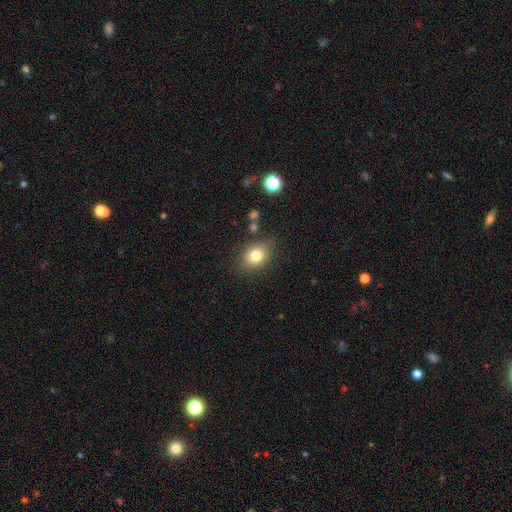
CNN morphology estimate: Overall: smooth (80%). How rounded: in between (63%; round 36%). Merging: none (80%).